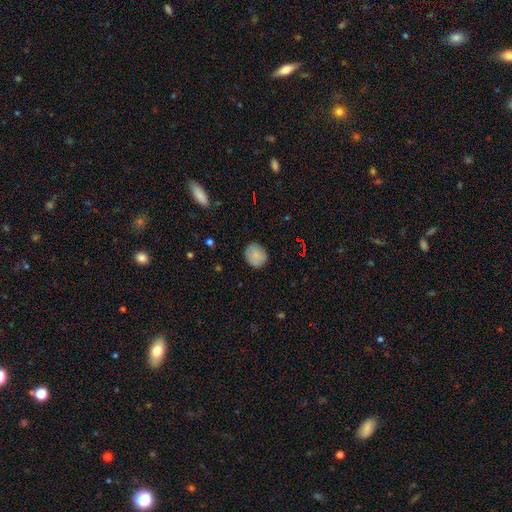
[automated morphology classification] This appears to be a smooth galaxy with no disk features (82%) that is round (75%). Merging: none (84%).